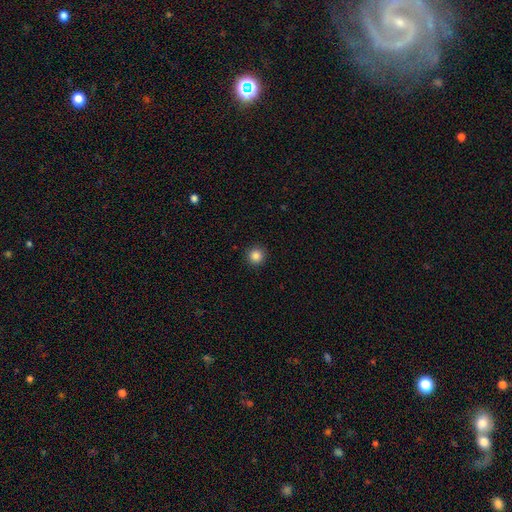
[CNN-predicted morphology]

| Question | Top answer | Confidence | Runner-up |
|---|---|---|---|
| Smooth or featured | smooth | 86% | star or artifact (11%) |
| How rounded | round | 95% | in between (4%) |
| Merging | none | 93% | minor disturbance (5%) |